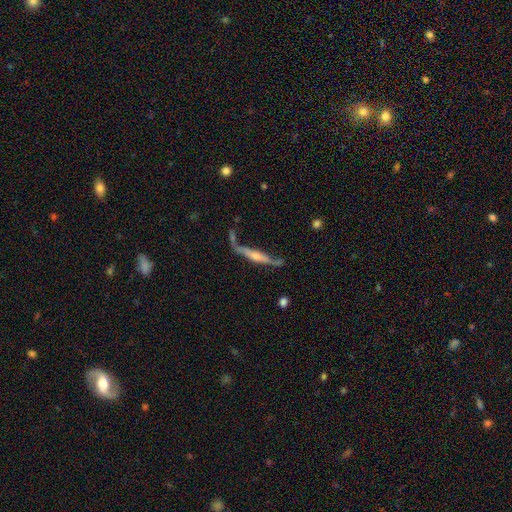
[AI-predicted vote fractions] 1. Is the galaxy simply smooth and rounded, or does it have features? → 75% featured or disk, 19% smooth, 6% star or artifact.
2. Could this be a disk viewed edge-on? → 93% yes, 7% no.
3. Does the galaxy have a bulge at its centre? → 75% rounded, 13% boxy, 12% none.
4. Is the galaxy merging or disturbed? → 62% none, 20% minor disturbance, 10% merger, 8% major disturbance.